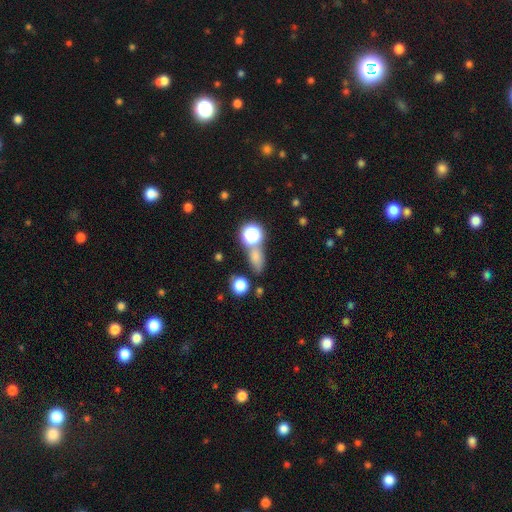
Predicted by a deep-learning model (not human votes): The model was most divided on "how rounded": in between: 59%, round: 32%, cigar-shaped: 9%. More confident: smooth or featured — smooth (66%); merging — none (57%).